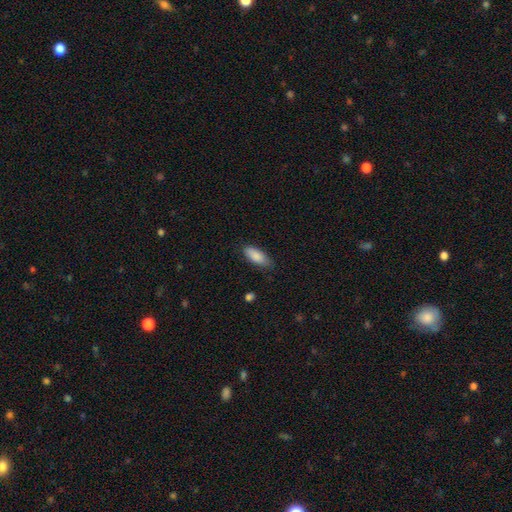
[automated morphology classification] Smooth or featured?
  - smooth: 88% *
  - featured or disk: 6%
  - star or artifact: 6%
How rounded?
  - in between: 80% *
  - cigar-shaped: 18%
  - round: 2%
Merging?
  - none: 79% *
  - minor disturbance: 16%
  - major disturbance: 3%
  - merger: 1%